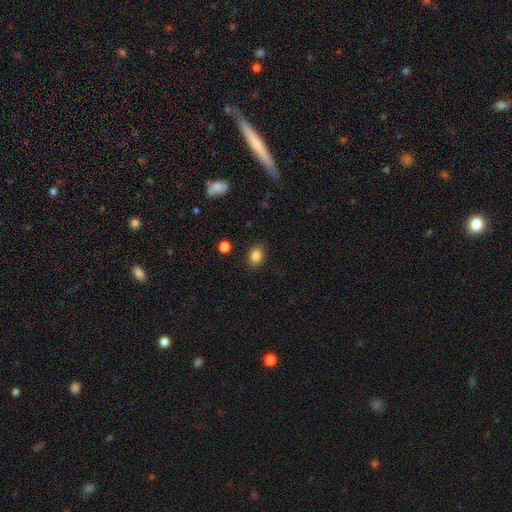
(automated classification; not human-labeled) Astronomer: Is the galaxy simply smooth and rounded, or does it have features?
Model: smooth — 85%.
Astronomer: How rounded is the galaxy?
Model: in between — 75%.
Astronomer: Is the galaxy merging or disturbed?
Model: none — 86%.